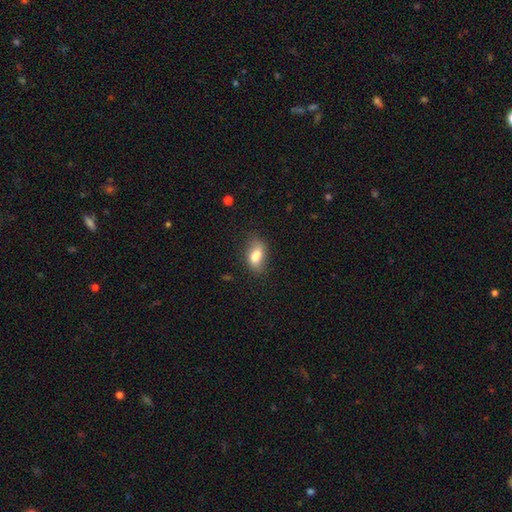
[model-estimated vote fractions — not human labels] This is likely a smooth galaxy (75%). How rounded: clearly in between (87%). Merging: likely none (69%).